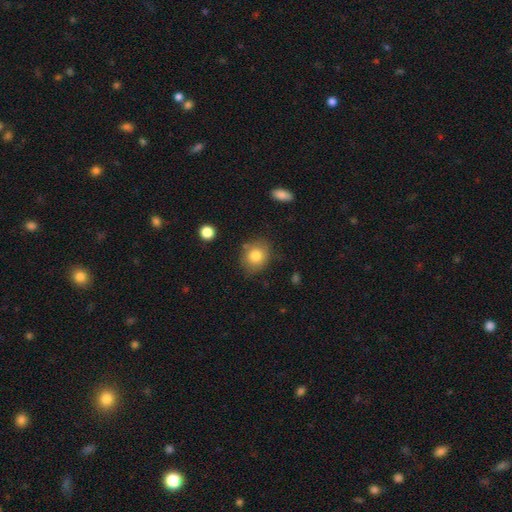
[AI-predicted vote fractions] Morphology: type=smooth (80%); roundness=round (67%); merging=none (77%).